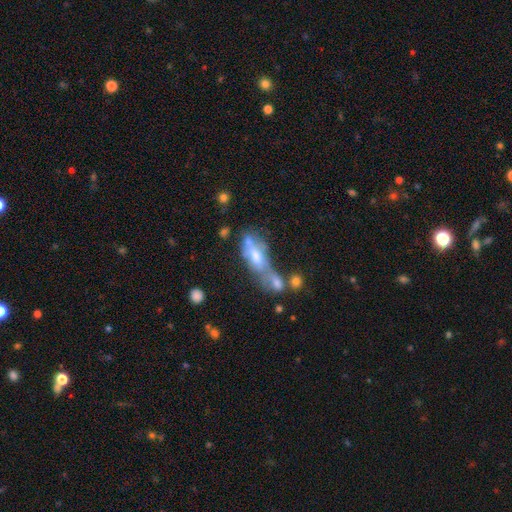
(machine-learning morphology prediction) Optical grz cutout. It shows a featured or disk galaxy (52%). Merging: merger (52%).